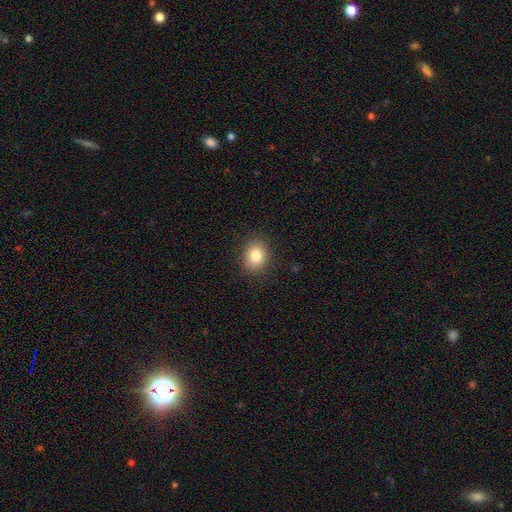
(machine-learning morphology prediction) This is clearly a smooth galaxy (83%). How rounded: possibly round (52%). Merging: clearly none (89%).